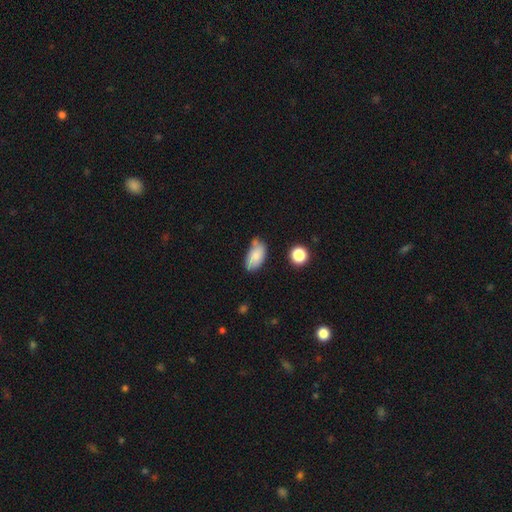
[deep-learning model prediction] smooth 79%, featured or disk 14%, star or artifact 8%. Down the decision tree: how rounded — in between (93%); merging — none (53%).